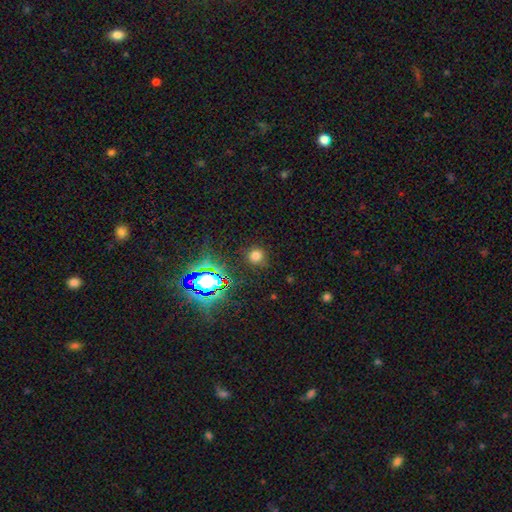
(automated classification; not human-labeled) Q: Smooth or featured?
A: smooth (69%); runner-up: star or artifact (25%)
Q: How rounded?
A: round (90%); runner-up: in between (8%)
Q: Merging?
A: none (84%); runner-up: minor disturbance (10%)